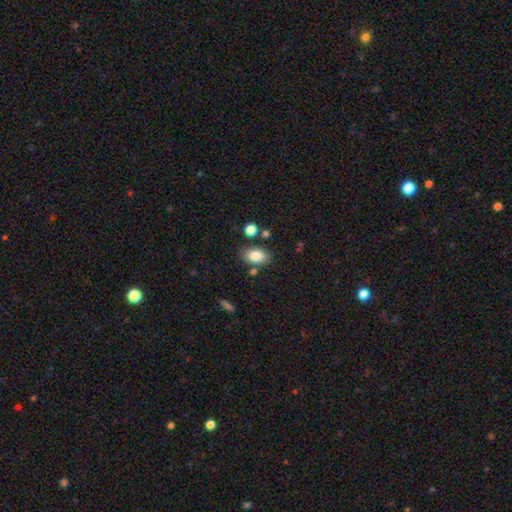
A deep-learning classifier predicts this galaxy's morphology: Smooth or featured: smooth — 84% (featured or disk — 9%)
How rounded: in between — 90% (round — 8%)
Merging: none — 77% (minor disturbance — 12%)